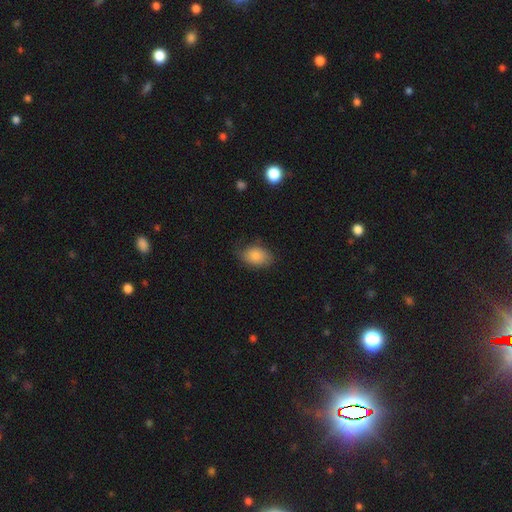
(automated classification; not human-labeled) Smooth or featured?
  - smooth: 84% *
  - featured or disk: 9%
  - star or artifact: 7%
How rounded?
  - in between: 82% *
  - round: 17%
  - cigar-shaped: 1%
Merging?
  - none: 65% *
  - minor disturbance: 26%
  - major disturbance: 7%
  - merger: 1%